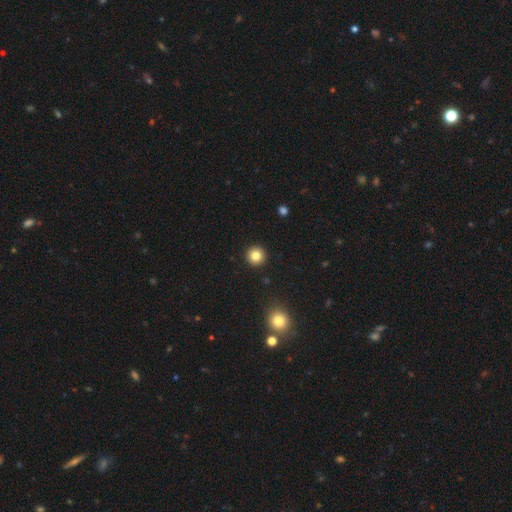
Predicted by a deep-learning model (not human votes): The model was most divided on "smooth or featured": smooth: 83%, star or artifact: 11%, featured or disk: 6%. More confident: how rounded — round (95%); merging — none (93%).